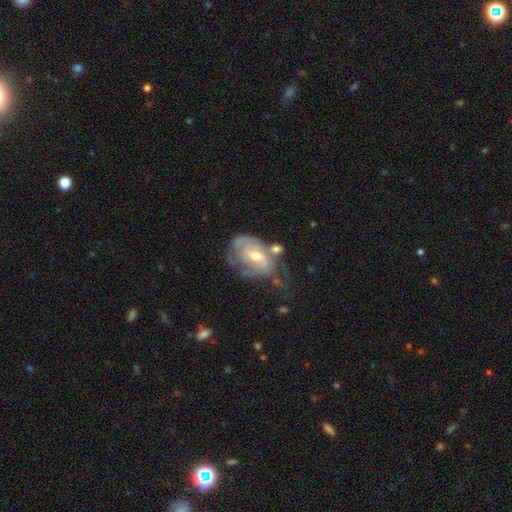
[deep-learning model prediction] smooth-or-featured: featured or disk: 81% | smooth: 13% | star or artifact: 5%
  disk-edge-on: no: 96% | yes: 4%
    bar: no: 46% | weak: 43% | strong: 10%
    has-spiral-arms: yes: 88% | no: 12%
      spiral-winding: tight: 61% | medium: 29% | loose: 10%
      spiral-arm-count: can't tell: 39% | 2: 36% | 3: 11% | 1: 7% | 4: 4% | more than 4: 3%
    bulge-size: moderate: 59% | small: 35% | large: 4% | none: 1% | dominant: 1%
  merging: none: 38% | major disturbance: 26% | minor disturbance: 25% | merger: 11%